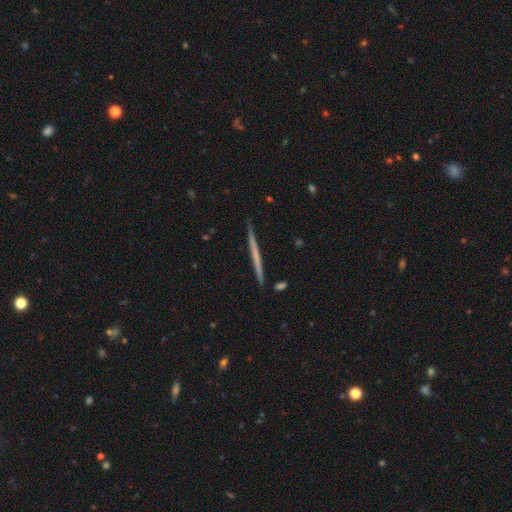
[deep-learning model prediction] Smooth or featured?
  - featured or disk: 53% *
  - smooth: 43%
  - star or artifact: 5%
Edge-on disk?
  - yes: 98% *
  - no: 2%
Edge-on bulge?
  - none: 92% *
  - rounded: 5%
  - boxy: 3%
Merging?
  - none: 91% *
  - minor disturbance: 6%
  - merger: 1%
  - major disturbance: 1%